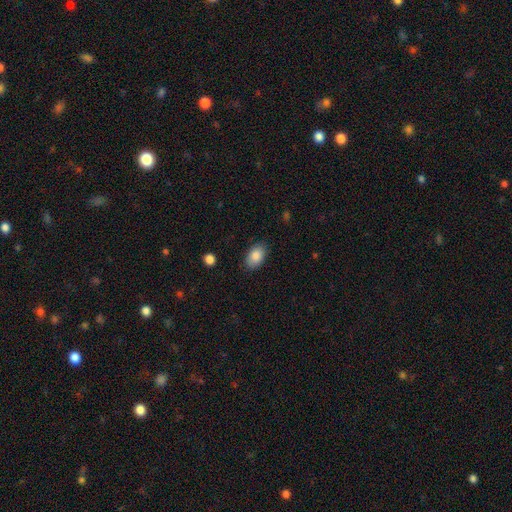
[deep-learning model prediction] Smooth or featured? smooth (86%)
How rounded? in between (90%)
Merging? none (85%)